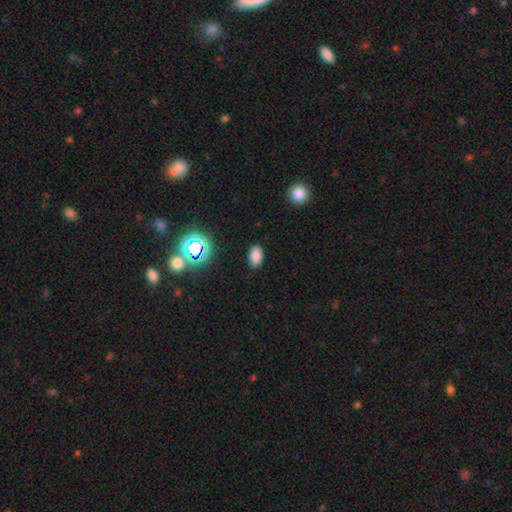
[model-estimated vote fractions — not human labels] smooth 80%, star or artifact 15%, featured or disk 5%. Down the decision tree: how rounded — in between (92%); merging — none (87%).